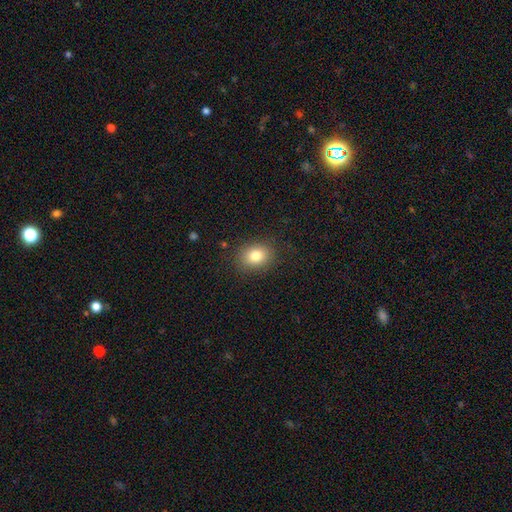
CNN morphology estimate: type=smooth (81%); roundness=in between (55%); merging=none (86%).